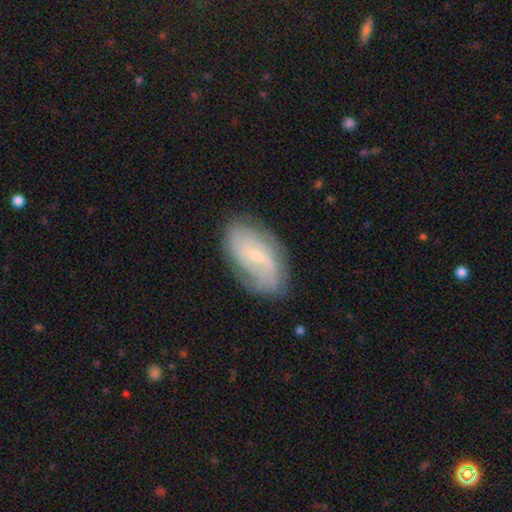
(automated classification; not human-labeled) Smooth or featured: featured or disk — 73% (smooth — 20%)
Edge-on disk: no — 95% (yes — 5%)
Bar: weak — 51% (no — 33%)
Spiral arms: yes — 87% (no — 13%)
Spiral winding: tight — 41% (medium — 38%)
Spiral arm count: 2 — 44% (can't tell — 35%)
Bulge size: small — 74% (moderate — 22%)
Merging: none — 74% (minor disturbance — 19%)